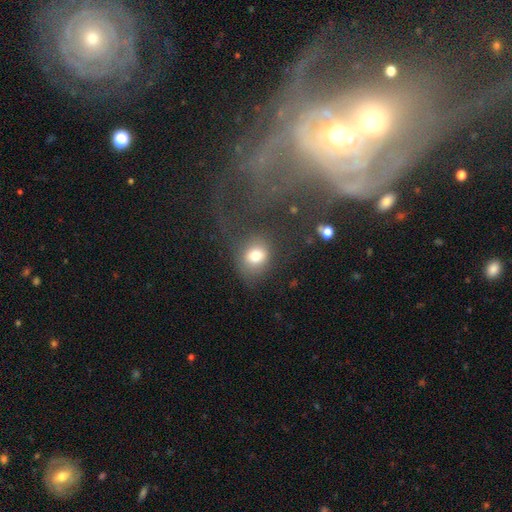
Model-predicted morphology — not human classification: Smooth or featured? Predicted: smooth (p=0.76). How rounded? Predicted: round (p=0.65). Merging? Predicted: none (p=0.52).